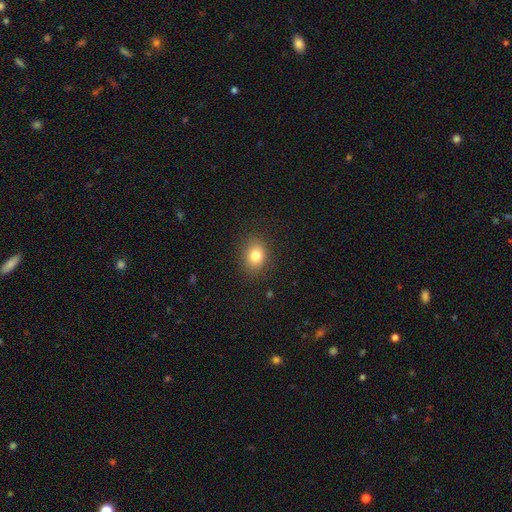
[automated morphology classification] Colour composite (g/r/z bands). It shows a smooth galaxy with no disk features (80%) that is round (51%). Merging: none (86%).